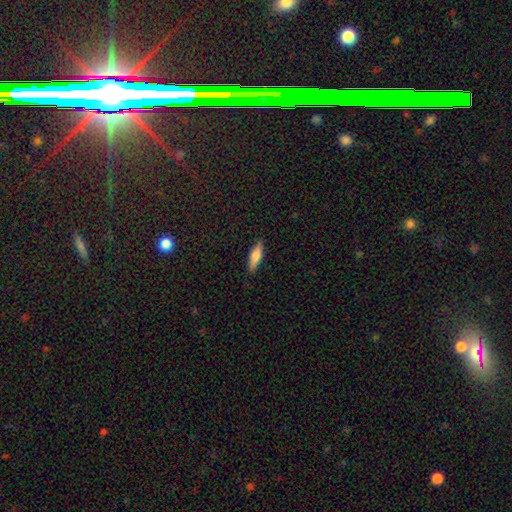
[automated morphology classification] Smooth or featured?
  - smooth: 68% *
  - featured or disk: 25%
  - star or artifact: 7%
How rounded?
  - cigar-shaped: 59% *
  - in between: 39%
  - round: 2%
Merging?
  - none: 87% *
  - minor disturbance: 10%
  - major disturbance: 2%
  - merger: 1%